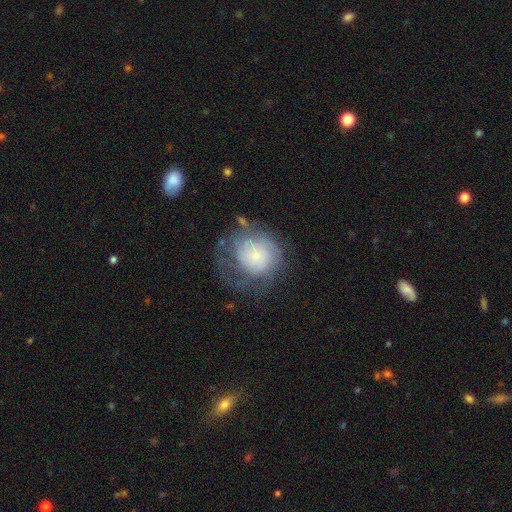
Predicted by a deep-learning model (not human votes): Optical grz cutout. It shows a featured or disk galaxy (56%) with no bar (81%), spiral arms (79%) and a small central bulge (61%). Merging: none (50%).